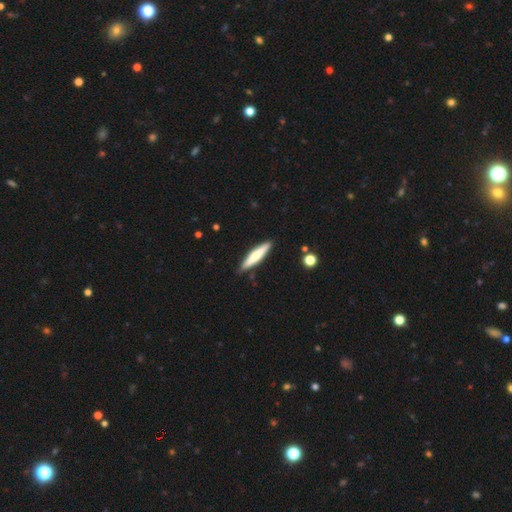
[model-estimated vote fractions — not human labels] A smooth galaxy with no disk features (58%) that is cigar-shaped (87%). Merging: none (87%).